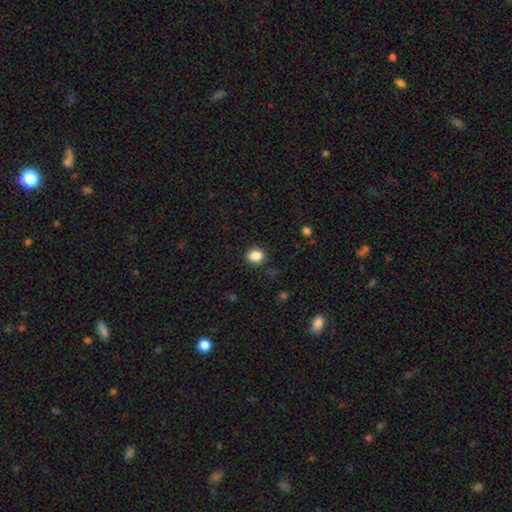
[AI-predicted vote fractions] Smooth or featured? Predicted: smooth (p=0.86). How rounded? Predicted: round (p=0.66). Merging? Predicted: none (p=0.89).